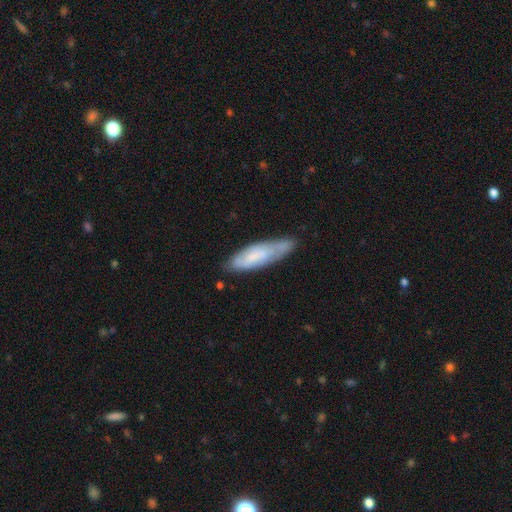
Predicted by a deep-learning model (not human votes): A smooth galaxy with no disk features (56%) that is cigar-shaped (59%).

Vote fractions:
- Smooth or featured? smooth: 56% / featured or disk: 37% / star or artifact: 7%
- How rounded? cigar-shaped: 59% / in between: 40% / round: 1%
- Merging? none: 65% / minor disturbance: 26% / major disturbance: 6% / merger: 3%